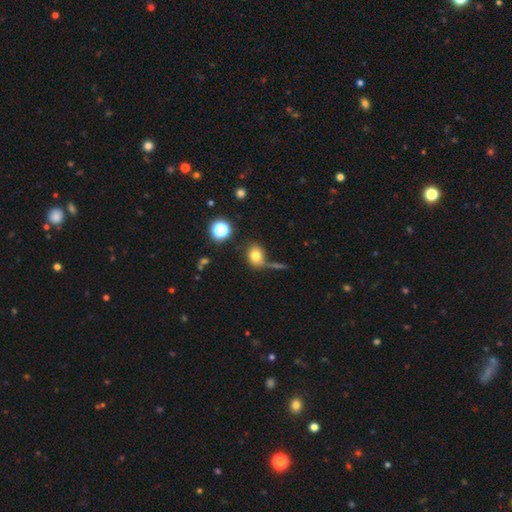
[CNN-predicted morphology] type=smooth (76%); roundness=round (54%); merging=none (58%).